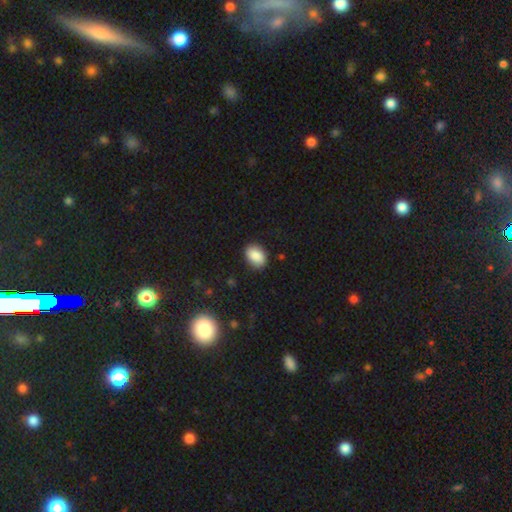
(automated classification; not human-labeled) Overall: smooth (88%). How rounded: in between (77%). Merging: none (85%).